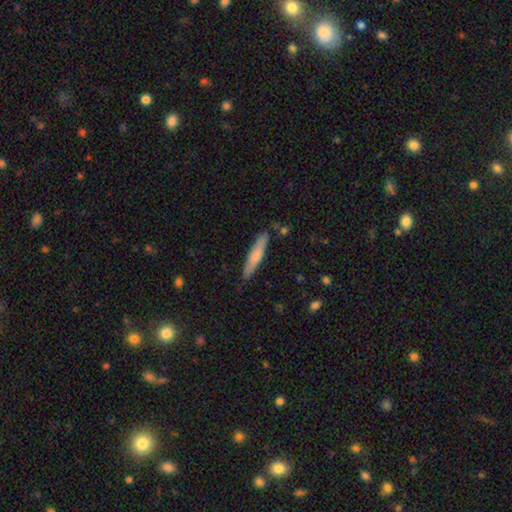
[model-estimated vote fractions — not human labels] Q: Smooth or featured?
A: smooth (70%); runner-up: featured or disk (25%)
Q: How rounded?
A: cigar-shaped (90%); runner-up: in between (9%)
Q: Merging?
A: none (85%); runner-up: minor disturbance (11%)